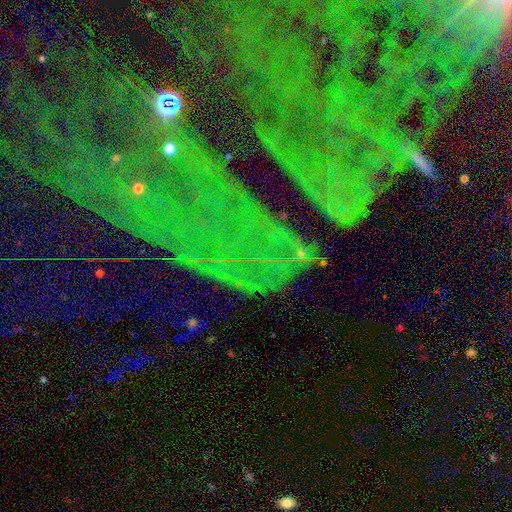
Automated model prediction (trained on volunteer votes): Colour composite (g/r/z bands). It shows a star or artifact, not a galaxy (69%).